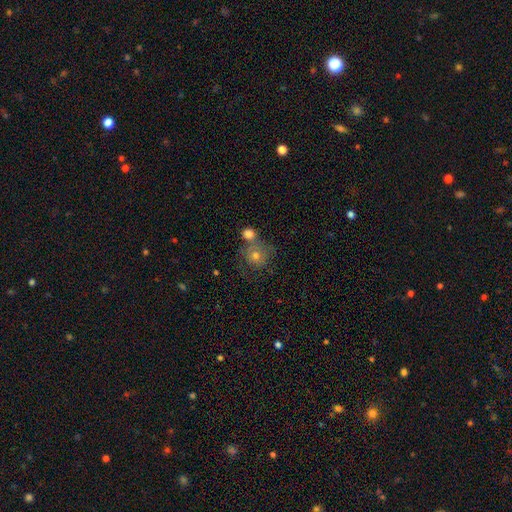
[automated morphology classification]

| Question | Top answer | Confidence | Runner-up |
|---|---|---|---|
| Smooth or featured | smooth | 63% | featured or disk (24%) |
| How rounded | round | 86% | in between (13%) |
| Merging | none | 50% | merger (27%) |